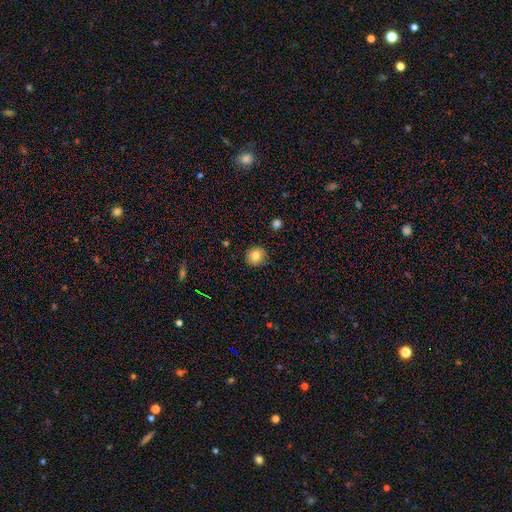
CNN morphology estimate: A smooth galaxy with no disk features (82%) that is round (90%). Merging: none (89%).